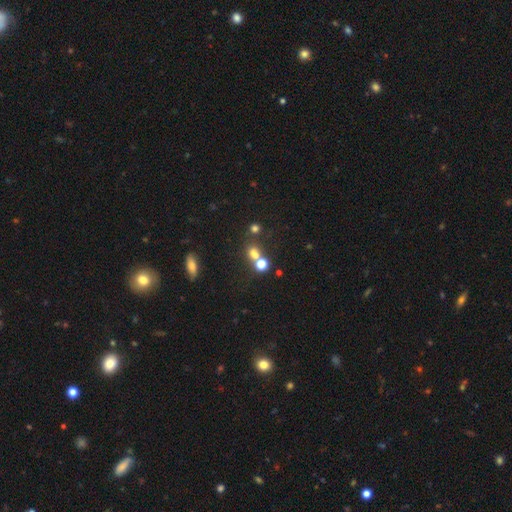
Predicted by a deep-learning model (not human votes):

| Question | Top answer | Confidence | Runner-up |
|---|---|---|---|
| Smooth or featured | smooth | 67% | star or artifact (22%) |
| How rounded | round | 73% | in between (26%) |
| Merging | none | 47% | merger (39%) |